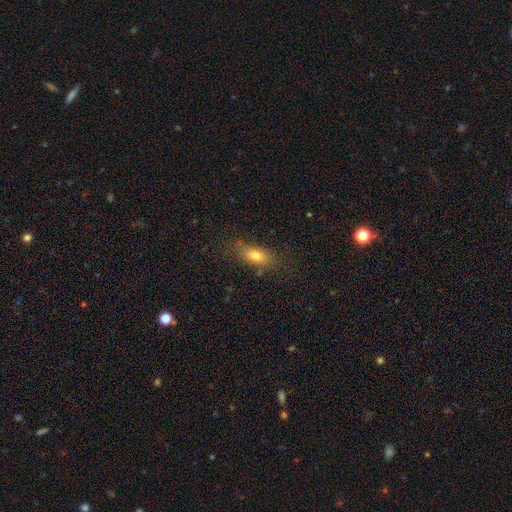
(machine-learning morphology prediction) This appears to be a smooth galaxy with no disk features (74%) that is in between round and cigar-shaped (79%). Merging: none (69%).